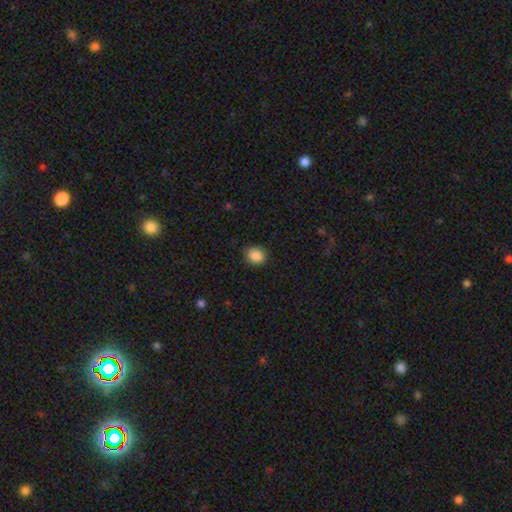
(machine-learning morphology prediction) This is clearly a smooth galaxy (88%). How rounded: possibly round (54%). Merging: clearly none (84%).